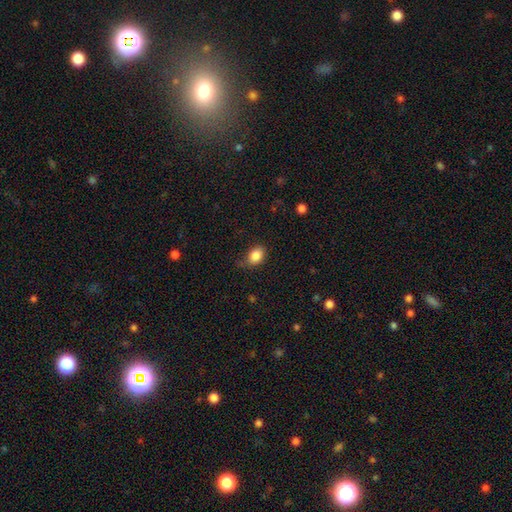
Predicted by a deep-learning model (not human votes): Overall: smooth (85%). How rounded: in between (74%). Merging: none (67%).